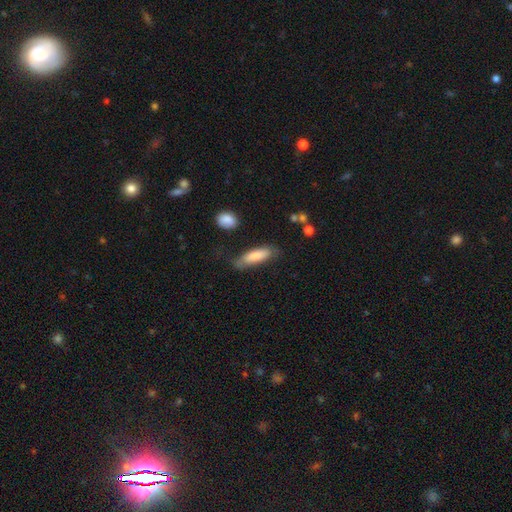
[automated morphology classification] Q: Smooth or featured?
A: smooth (81%); runner-up: featured or disk (13%)
Q: How rounded?
A: cigar-shaped (53%); runner-up: in between (46%)
Q: Merging?
A: none (64%); runner-up: minor disturbance (24%)